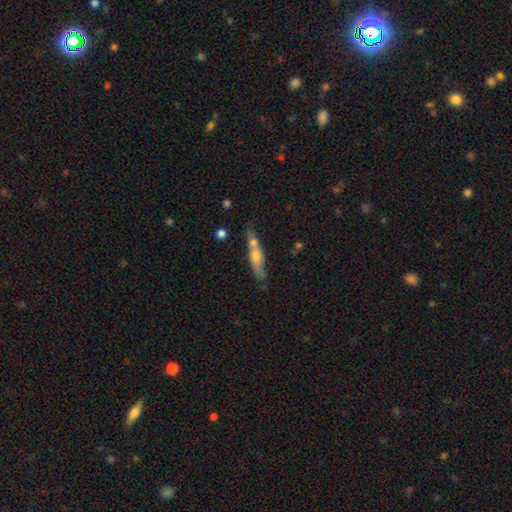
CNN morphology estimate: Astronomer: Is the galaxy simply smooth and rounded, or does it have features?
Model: smooth — 51% (runner-up: featured or disk, 42%).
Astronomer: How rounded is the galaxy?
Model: cigar-shaped — 73%.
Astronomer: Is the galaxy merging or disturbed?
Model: none — 47% (runner-up: merger, 28%).